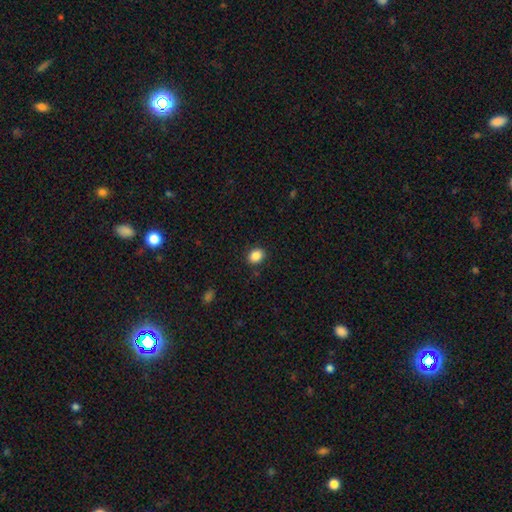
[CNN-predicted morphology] Smooth or featured? smooth (87%)
How rounded? in between (50%)
Merging? none (88%)